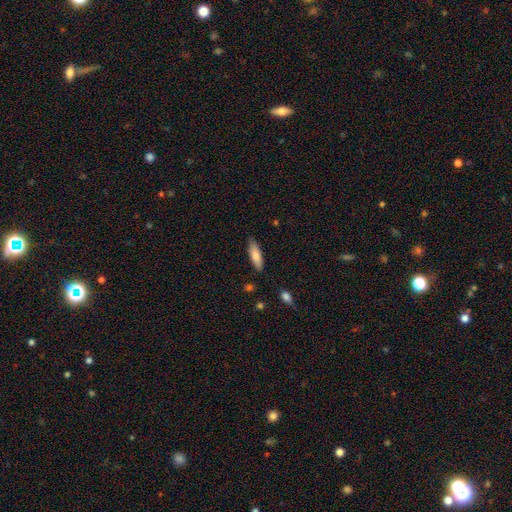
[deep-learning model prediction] smooth_or_featured: smooth (p=0.80) [alt: featured or disk p=0.14]
how_rounded: in between (p=0.50) [alt: cigar-shaped p=0.48]
merging: none (p=0.82) [alt: minor disturbance p=0.13]